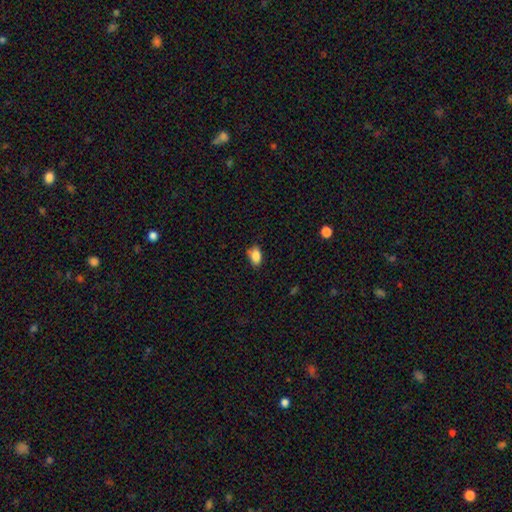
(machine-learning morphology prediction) smooth-or-featured: smooth: 85% | star or artifact: 9% | featured or disk: 6%
  how-rounded: in between: 88% | round: 8% | cigar-shaped: 4%
  merging: none: 75% | minor disturbance: 19% | merger: 3% | major disturbance: 3%